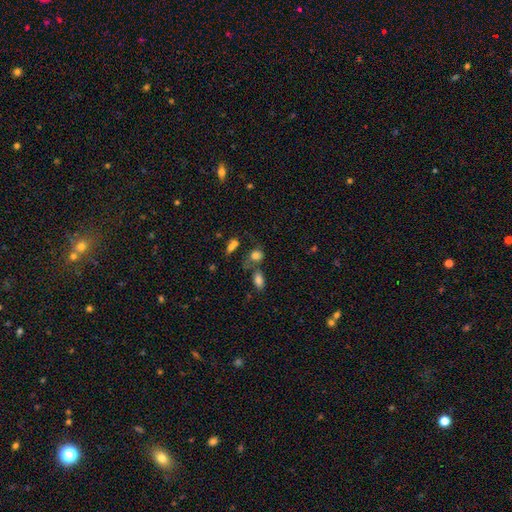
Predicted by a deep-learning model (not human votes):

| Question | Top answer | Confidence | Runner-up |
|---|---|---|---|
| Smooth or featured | smooth | 76% | star or artifact (13%) |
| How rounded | in between | 55% | round (42%) |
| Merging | none | 44% | merger (27%) |